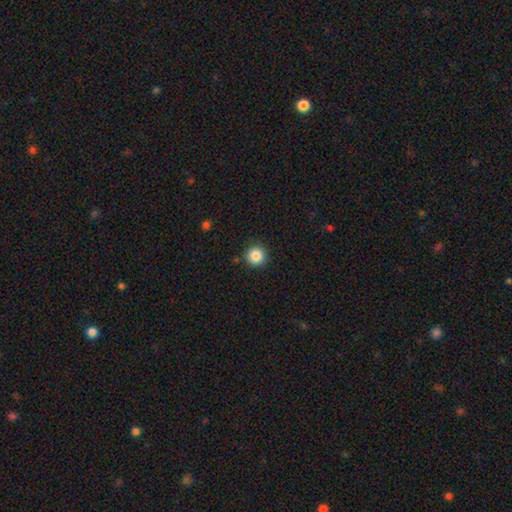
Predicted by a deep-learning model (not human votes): Smooth or featured: smooth — 86% (star or artifact — 10%)
How rounded: round — 95% (in between — 4%)
Merging: none — 90% (minor disturbance — 6%)